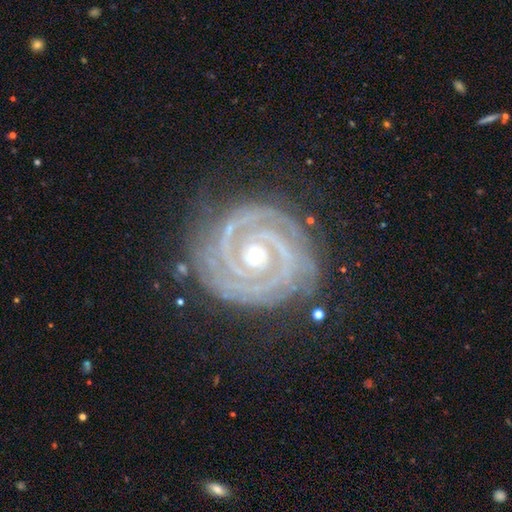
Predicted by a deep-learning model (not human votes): Smooth or featured? Predicted: featured or disk (p=0.92). Edge-on disk? Predicted: no (p=0.98). Bar? Predicted: no (p=0.67). Spiral arms? Predicted: yes (p=0.99). Spiral winding? Predicted: tight (p=0.88). Spiral arm count? Predicted: 2 (p=0.68). Bulge size? Predicted: small (p=0.56). Merging? Predicted: none (p=0.81).